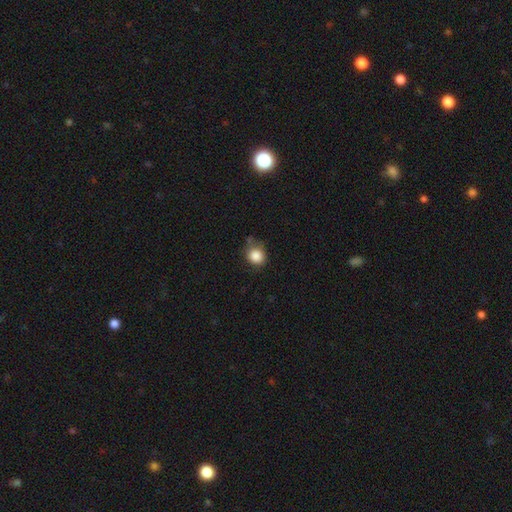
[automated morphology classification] Q: Smooth or featured?
A: smooth (86%); runner-up: star or artifact (10%)
Q: How rounded?
A: round (81%); runner-up: in between (18%)
Q: Merging?
A: none (59%); runner-up: minor disturbance (29%)